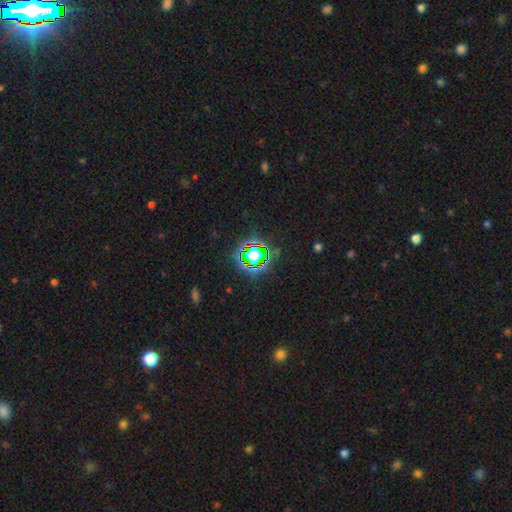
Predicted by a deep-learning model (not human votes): A star or artifact, not a galaxy (68%).